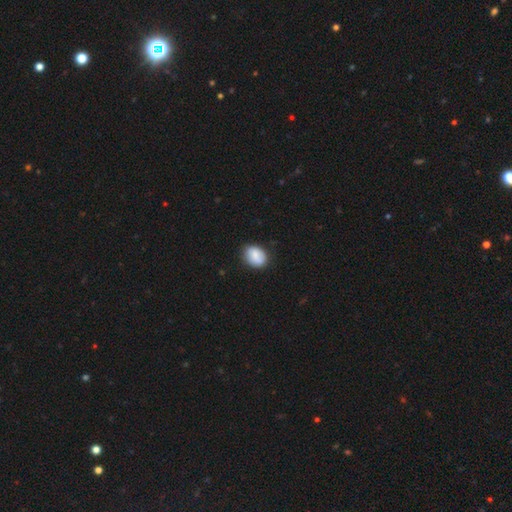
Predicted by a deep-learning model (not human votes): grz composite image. It shows a smooth galaxy with no disk features (79%) that is in between round and cigar-shaped (58%). Merging: none (81%).